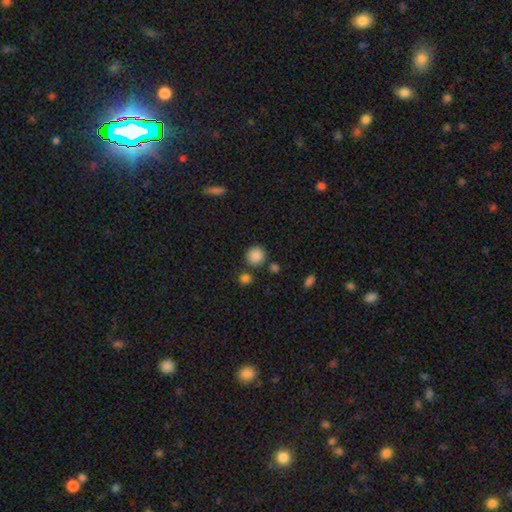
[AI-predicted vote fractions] Morphology: type=smooth (86%); roundness=round (90%); merging=none (79%).